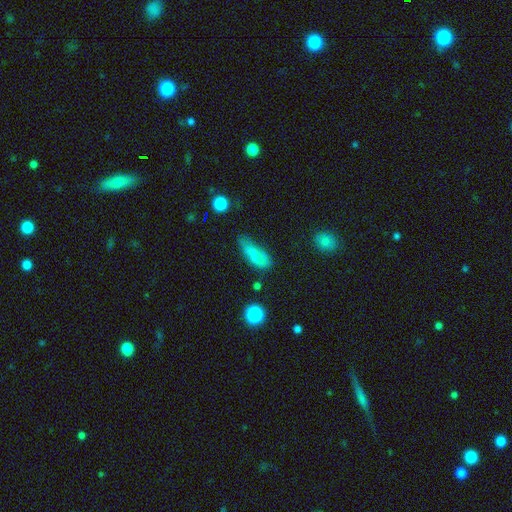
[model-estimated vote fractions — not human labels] Smooth or featured? Predicted: smooth (p=0.75). How rounded? Predicted: in between (p=0.67). Merging? Predicted: none (p=0.53).